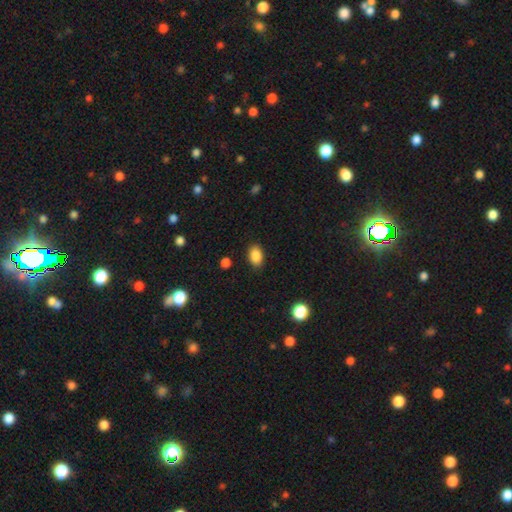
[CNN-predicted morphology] This is clearly a smooth galaxy (87%). How rounded: clearly in between (85%). Merging: clearly none (87%).